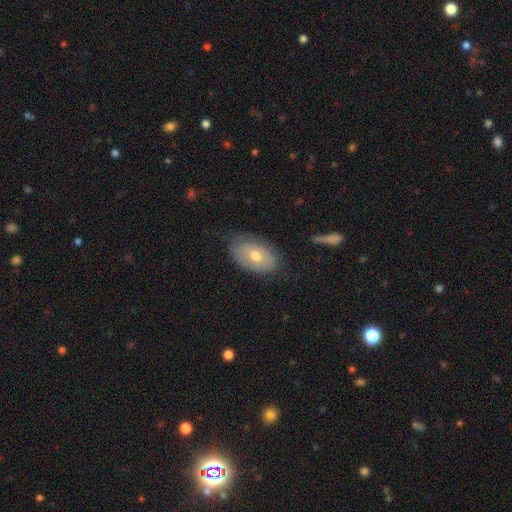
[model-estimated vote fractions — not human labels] Smooth or featured? Predicted: smooth (p=0.59). How rounded? Predicted: in between (p=0.89). Merging? Predicted: none (p=0.71).